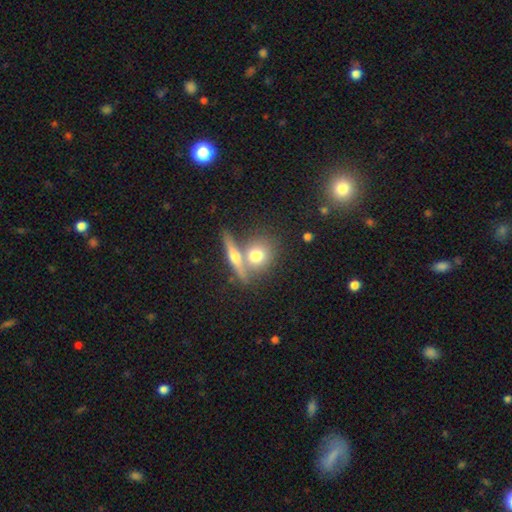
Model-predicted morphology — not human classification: Q: Smooth or featured?
A: smooth (63%); runner-up: featured or disk (29%)
Q: How rounded?
A: round (65%); runner-up: in between (25%)
Q: Merging?
A: none (48%); runner-up: merger (38%)